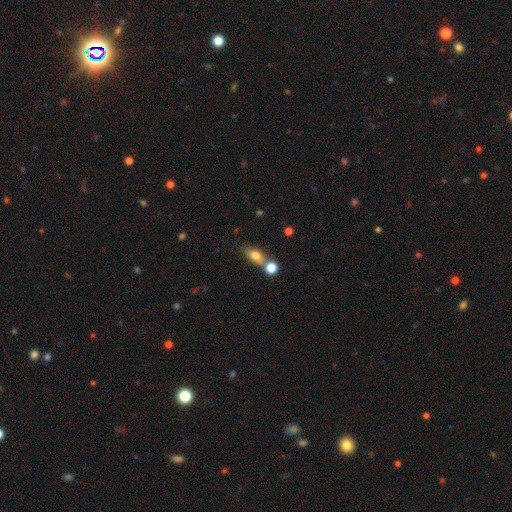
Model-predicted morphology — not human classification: Overall: smooth (75%). How rounded: in between (71%). Merging: none (50%; merger 32%).